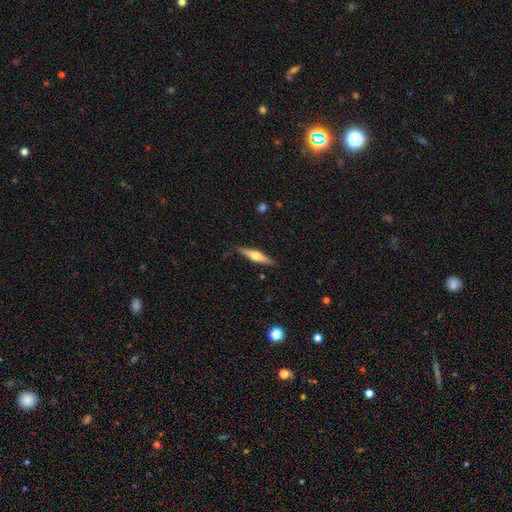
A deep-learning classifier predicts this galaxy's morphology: smooth-or-featured: featured or disk: 59% | smooth: 35% | star or artifact: 6%
  disk-edge-on: yes: 96% | no: 4%
    edge-on-bulge: rounded: 93% | boxy: 4% | none: 3%
  merging: none: 85% | minor disturbance: 11% | major disturbance: 2% | merger: 1%